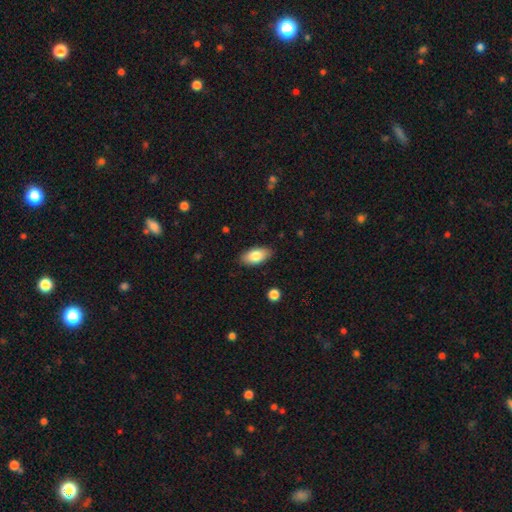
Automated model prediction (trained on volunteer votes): smooth-or-featured: smooth: 82% | featured or disk: 12% | star or artifact: 6%
  how-rounded: in between: 92% | cigar-shaped: 5% | round: 3%
  merging: none: 87% | minor disturbance: 10% | major disturbance: 2% | merger: 1%